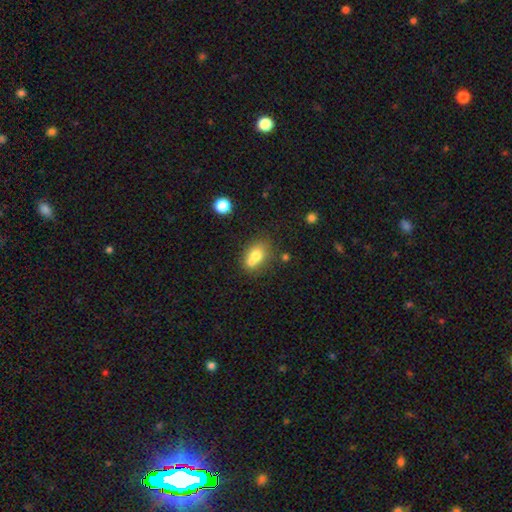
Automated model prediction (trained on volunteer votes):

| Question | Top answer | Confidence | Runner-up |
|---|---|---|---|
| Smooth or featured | smooth | 71% | featured or disk (18%) |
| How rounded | in between | 60% | round (38%) |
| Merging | merger | 42% | none (40%) |